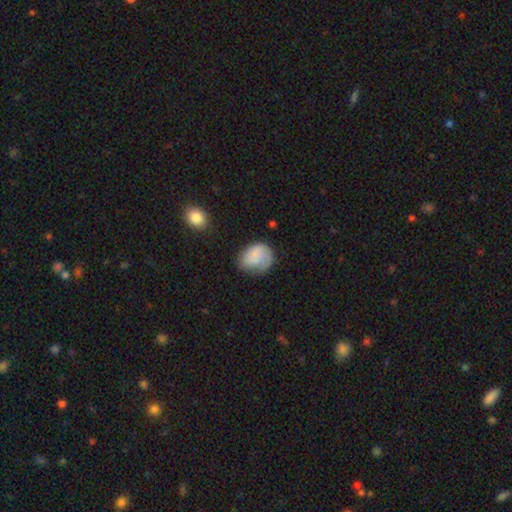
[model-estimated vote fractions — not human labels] This is likely a smooth galaxy (74%). How rounded: possibly round (54%). Merging: possibly none (48%).